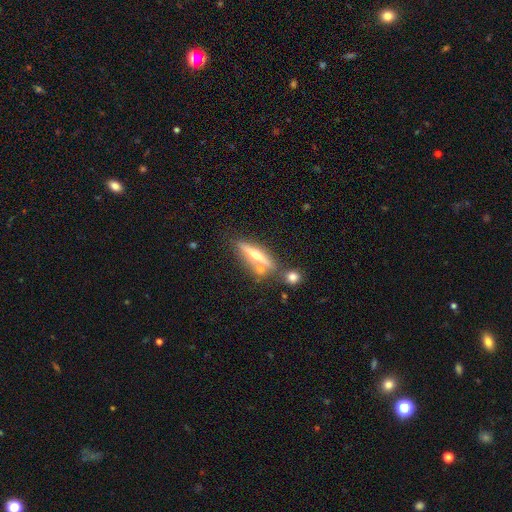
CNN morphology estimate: type=featured or disk (66%); edge-on=yes (93%); edge-on bulge=rounded (91%); merging=none (69%).